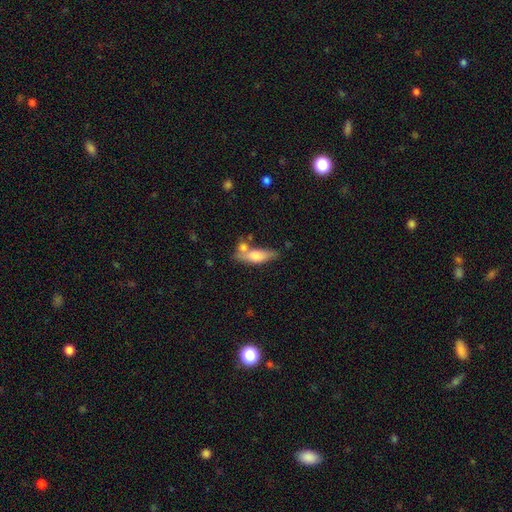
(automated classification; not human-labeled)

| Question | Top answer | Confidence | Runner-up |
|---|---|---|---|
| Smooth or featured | smooth | 68% | featured or disk (26%) |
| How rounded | in between | 58% | cigar-shaped (39%) |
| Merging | none | 47% | merger (28%) |